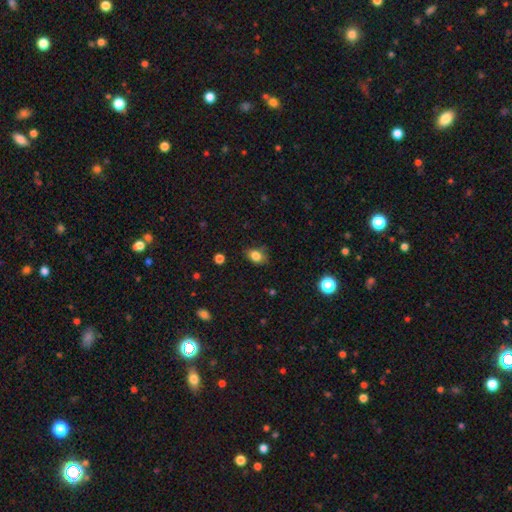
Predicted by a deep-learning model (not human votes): smooth 82%, star or artifact 11%, featured or disk 7%. Down the decision tree: how rounded — in between (72%); merging — none (70%).